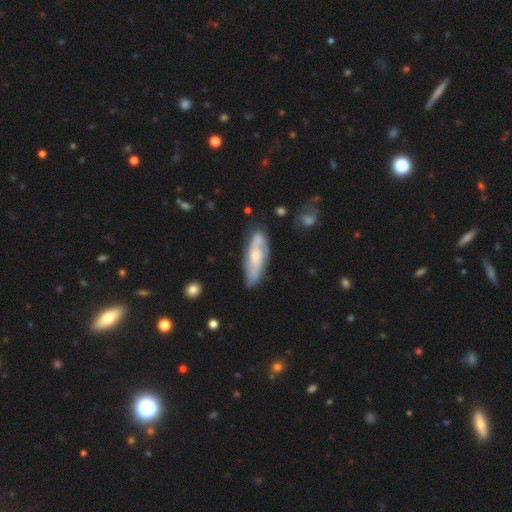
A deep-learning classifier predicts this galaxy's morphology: This is likely a featured or disk galaxy (61%). It is clearly not viewed edge-on (82%). Merging: likely none (74%).